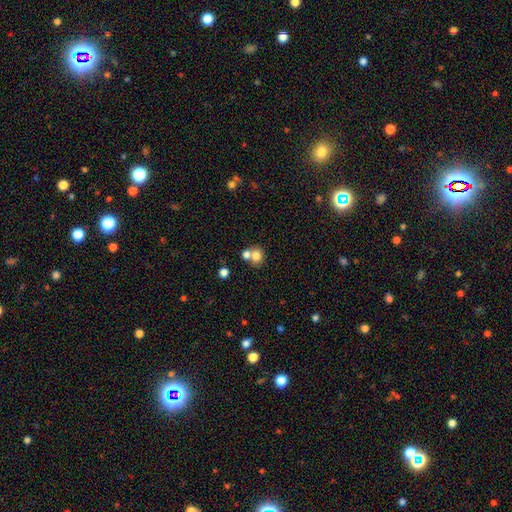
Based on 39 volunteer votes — A smooth galaxy with no disk features (72%) that is round (75%).

Vote fractions:
- Smooth or featured? smooth: 72% / featured or disk: 21% / star or artifact: 8%
- How rounded? round: 75% / in between: 25% / cigar-shaped: 0%
- Merging? merger: 47% / none: 42% / major disturbance: 8% / minor disturbance: 3%